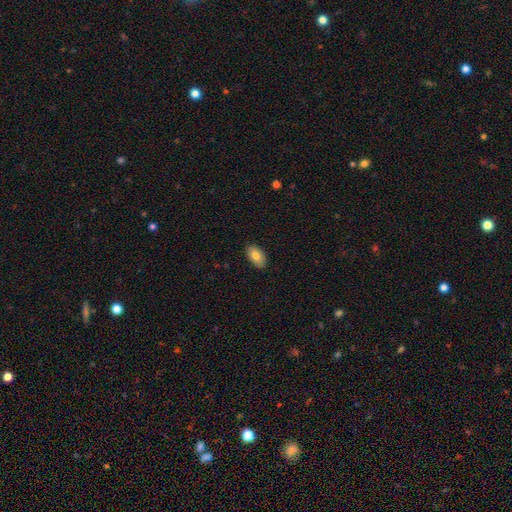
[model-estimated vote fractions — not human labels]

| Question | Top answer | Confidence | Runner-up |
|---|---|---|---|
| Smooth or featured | smooth | 79% | featured or disk (14%) |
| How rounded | in between | 94% | round (5%) |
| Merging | none | 87% | minor disturbance (10%) |